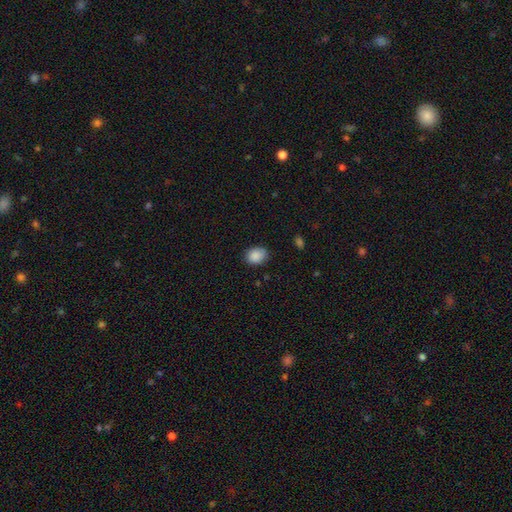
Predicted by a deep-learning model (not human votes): smooth-or-featured: smooth: 88% | star or artifact: 8% | featured or disk: 4%
  how-rounded: in between: 57% | round: 42% | cigar-shaped: 1%
  merging: none: 78% | minor disturbance: 17% | major disturbance: 3% | merger: 1%